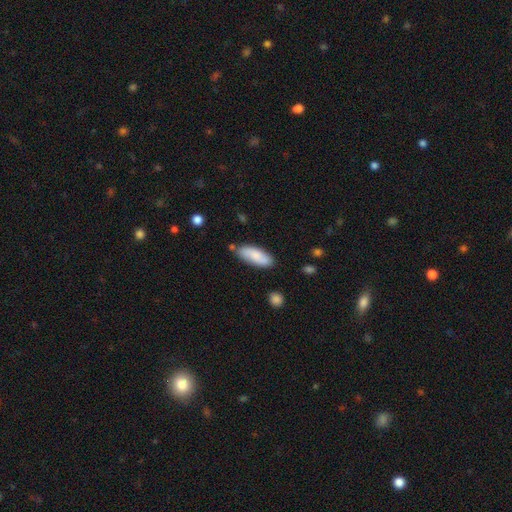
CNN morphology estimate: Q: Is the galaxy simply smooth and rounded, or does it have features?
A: smooth — 75%.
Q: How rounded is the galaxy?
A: in between — 72%.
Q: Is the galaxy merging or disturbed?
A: none — 78%.